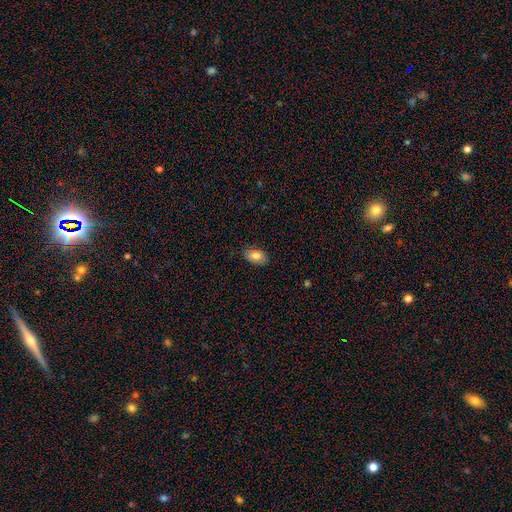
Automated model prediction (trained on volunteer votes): Smooth or featured: smooth — 83% (featured or disk — 10%)
How rounded: in between — 92% (round — 7%)
Merging: none — 85% (minor disturbance — 11%)